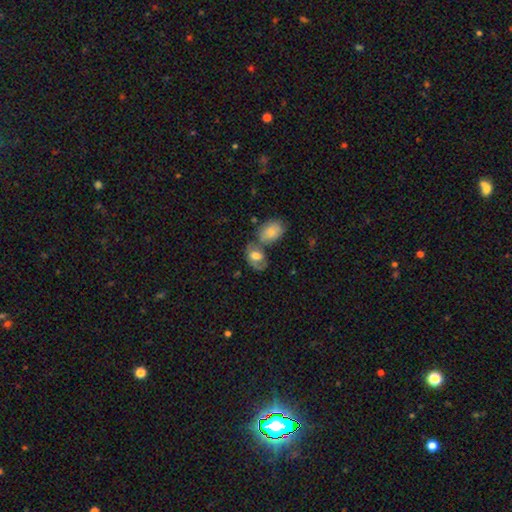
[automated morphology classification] Smooth or featured? Predicted: smooth (p=0.60). How rounded? Predicted: in between (p=0.81). Merging? Predicted: merger (p=0.37).